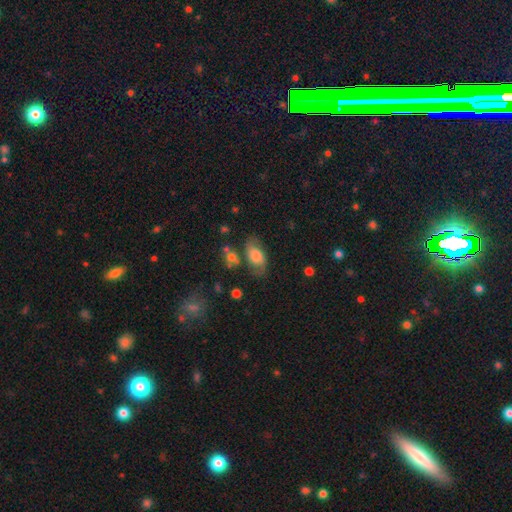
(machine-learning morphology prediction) This is possibly a smooth galaxy (53%). How rounded: clearly in between (87%). Merging: possibly none (58%).